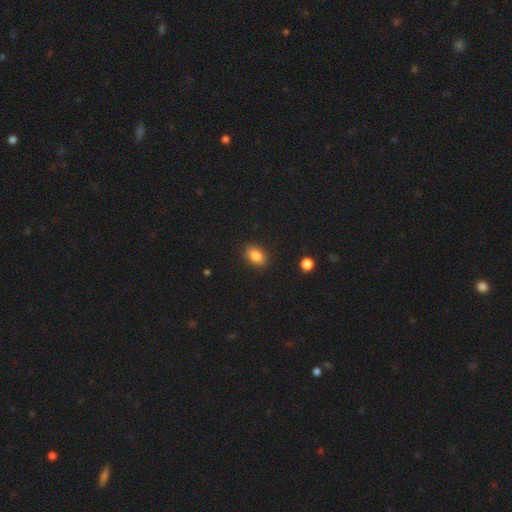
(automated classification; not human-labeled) Q: Smooth or featured?
A: smooth (86%); runner-up: star or artifact (9%)
Q: How rounded?
A: in between (84%); runner-up: round (15%)
Q: Merging?
A: none (89%); runner-up: minor disturbance (8%)